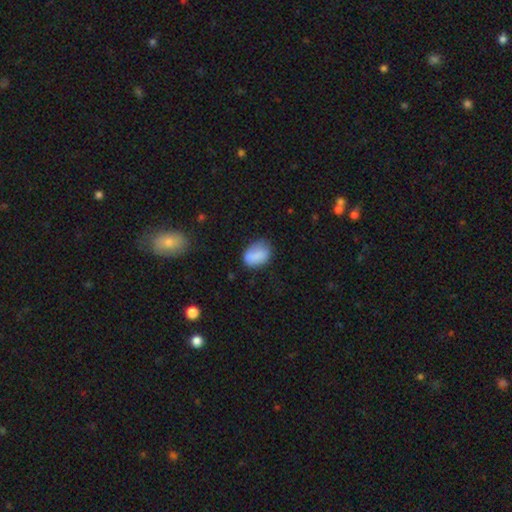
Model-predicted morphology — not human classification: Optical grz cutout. It shows a smooth galaxy with no disk features (83%) that is in between round and cigar-shaped (80%). Merging: none (64%).